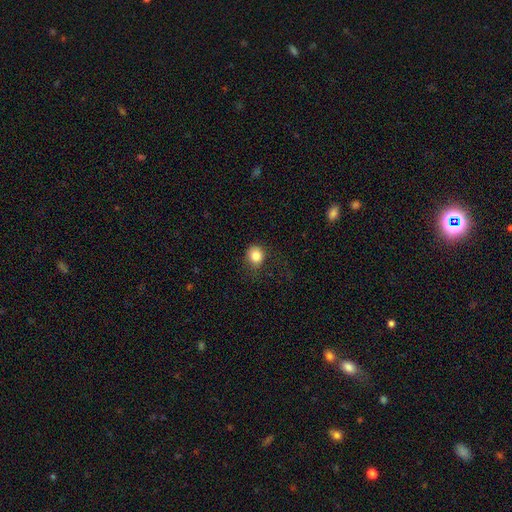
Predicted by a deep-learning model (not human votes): Smooth or featured? Predicted: smooth (p=0.84). How rounded? Predicted: round (p=0.76). Merging? Predicted: none (p=0.73).